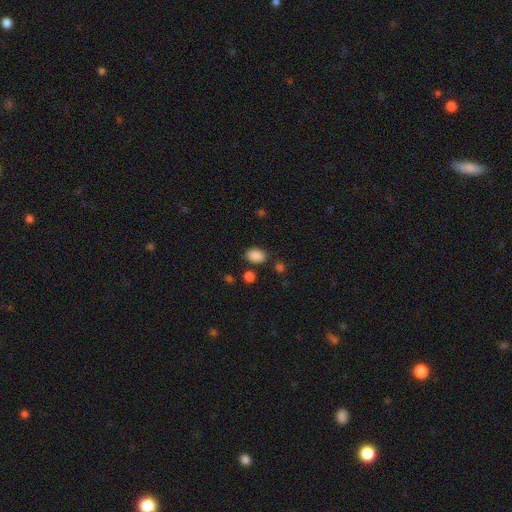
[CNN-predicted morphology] The model was most divided on "merging": none: 79%, minor disturbance: 12%, merger: 4%, major disturbance: 4%. More confident: smooth or featured — smooth (87%); how rounded — in between (86%).